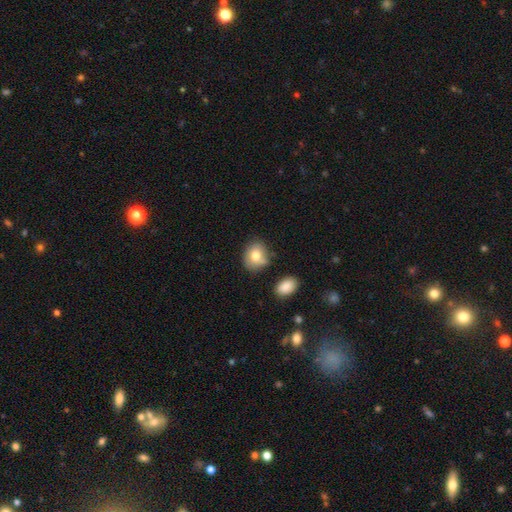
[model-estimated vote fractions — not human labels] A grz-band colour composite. It shows a smooth galaxy with no disk features (77%) that is round (56%). Merging: none (63%).